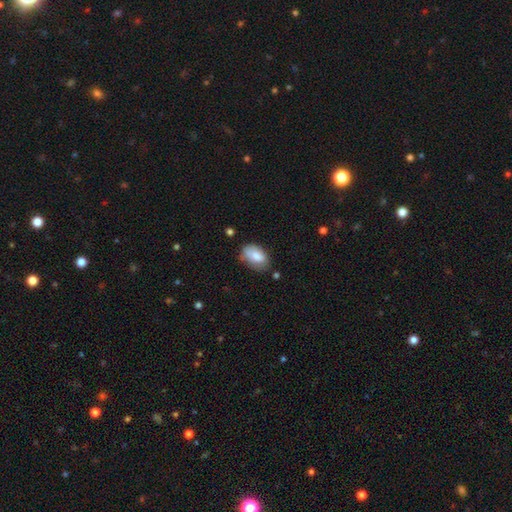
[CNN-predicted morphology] smooth_or_featured: smooth (p=0.80) [alt: featured or disk p=0.13]
how_rounded: in between (p=0.90) [alt: round p=0.09]
merging: none (p=0.58) [alt: minor disturbance p=0.31]